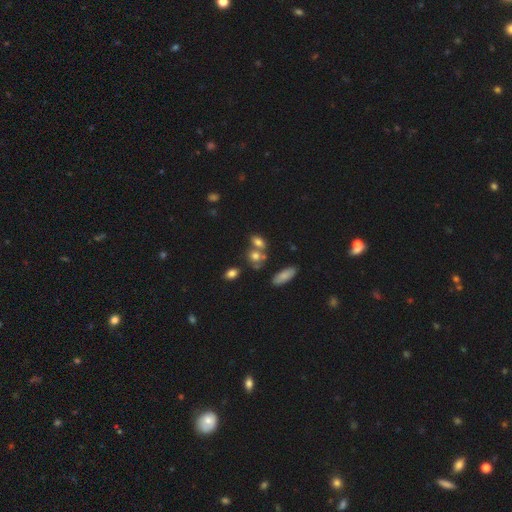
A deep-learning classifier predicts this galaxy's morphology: Smooth or featured? Predicted: smooth (p=0.71). How rounded? Predicted: in between (p=0.58). Merging? Predicted: none (p=0.45).